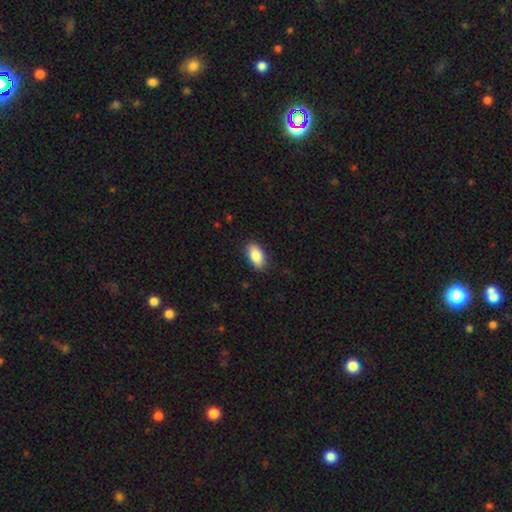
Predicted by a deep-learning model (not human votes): Smooth or featured: smooth — 88% (star or artifact — 6%)
How rounded: in between — 93% (round — 3%)
Merging: none — 86% (minor disturbance — 10%)